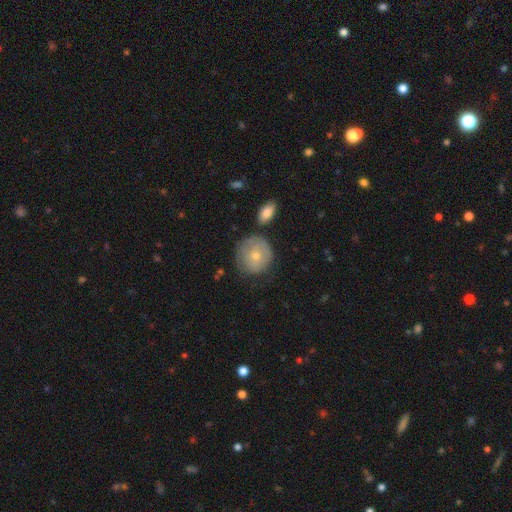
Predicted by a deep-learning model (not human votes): smooth_or_featured: smooth (p=0.62) [alt: featured or disk p=0.31]
how_rounded: round (p=0.88) [alt: in between p=0.11]
merging: none (p=0.64) [alt: minor disturbance p=0.23]